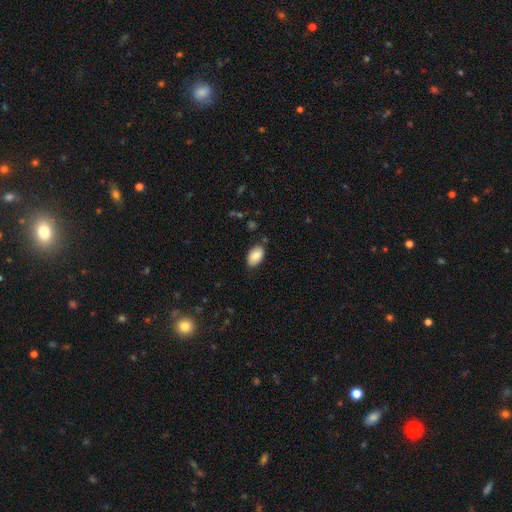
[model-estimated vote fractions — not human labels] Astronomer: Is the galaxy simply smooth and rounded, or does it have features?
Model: smooth — 85%.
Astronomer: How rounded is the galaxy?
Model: in between — 93%.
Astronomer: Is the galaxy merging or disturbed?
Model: none — 82%.